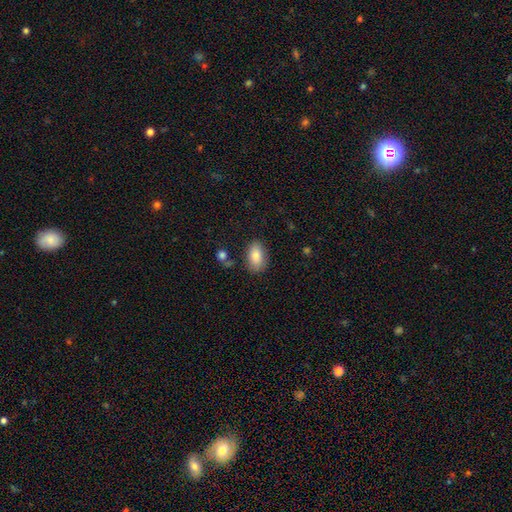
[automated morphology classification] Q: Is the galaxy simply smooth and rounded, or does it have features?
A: smooth — 84%.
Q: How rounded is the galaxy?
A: in between — 91%.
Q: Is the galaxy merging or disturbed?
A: none — 80%.